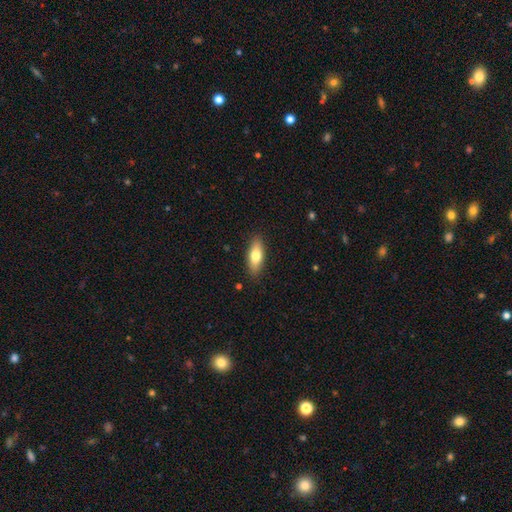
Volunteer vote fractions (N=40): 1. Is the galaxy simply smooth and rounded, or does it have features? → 82% smooth, 15% featured or disk, 2% star or artifact.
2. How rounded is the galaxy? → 61% in between, 39% cigar-shaped, 0% round.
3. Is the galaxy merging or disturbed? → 82% none, 15% minor disturbance, 3% major disturbance, 0% merger.